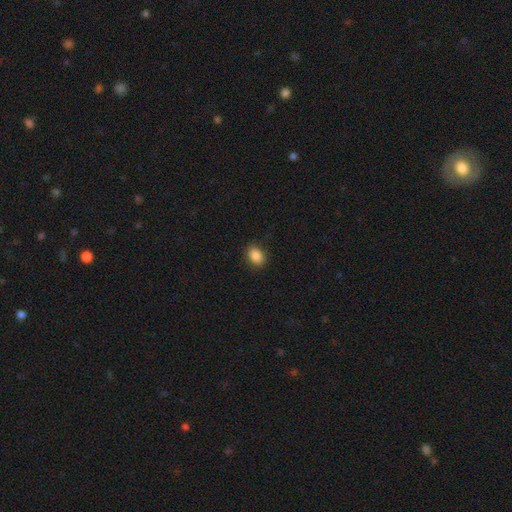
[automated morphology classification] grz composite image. It shows a smooth galaxy with no disk features (88%) that is in between round and cigar-shaped (72%). Merging: none (86%).